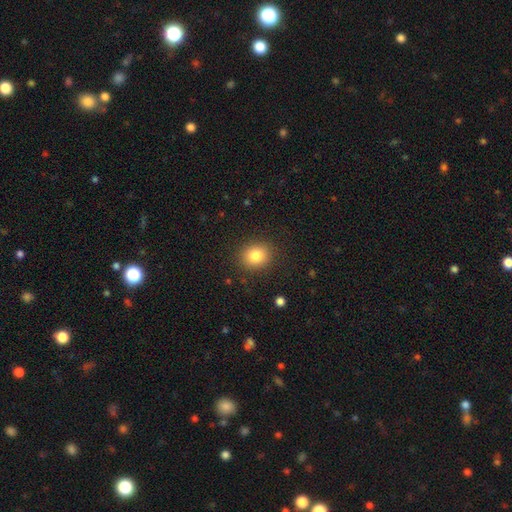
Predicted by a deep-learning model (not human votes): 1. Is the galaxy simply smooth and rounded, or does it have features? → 82% smooth, 11% star or artifact, 7% featured or disk.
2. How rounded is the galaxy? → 73% round, 26% in between, 1% cigar-shaped.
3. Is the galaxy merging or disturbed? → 88% none, 8% minor disturbance, 3% major disturbance, 1% merger.